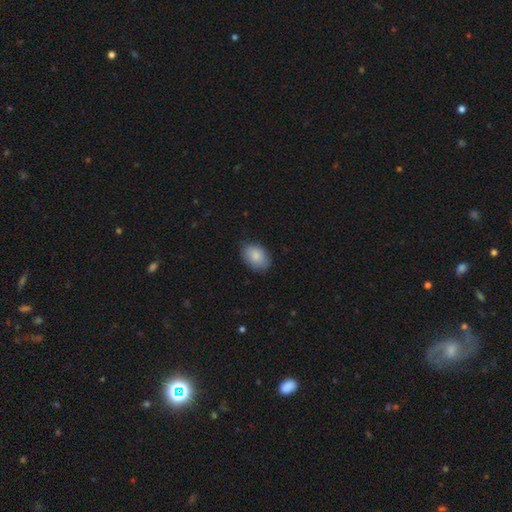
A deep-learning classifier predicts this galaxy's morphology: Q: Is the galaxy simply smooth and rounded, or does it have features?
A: smooth — 86%.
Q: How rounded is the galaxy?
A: in between — 82%.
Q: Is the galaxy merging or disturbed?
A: none — 83%.